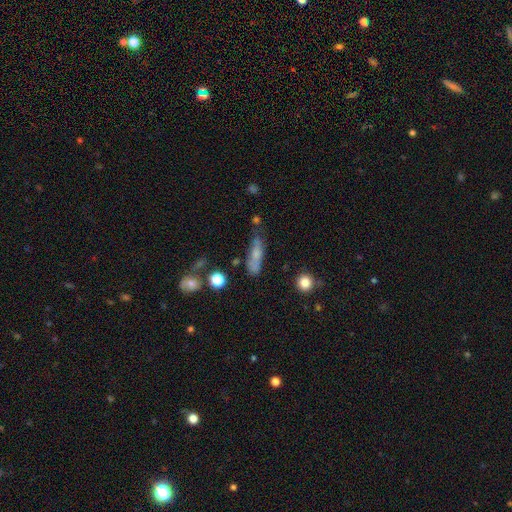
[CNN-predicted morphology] A smooth galaxy with no disk features (60%) that is cigar-shaped (61%).

Vote fractions:
- Smooth or featured? smooth: 60% / featured or disk: 29% / star or artifact: 11%
- How rounded? cigar-shaped: 61% / in between: 35% / round: 4%
- Merging? none: 52% / minor disturbance: 26% / major disturbance: 12% / merger: 10%